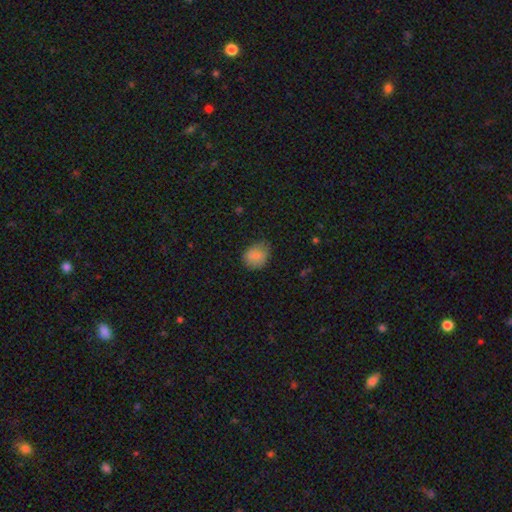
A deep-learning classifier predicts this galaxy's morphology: Smooth or featured? smooth (79%)
How rounded? round (54%)
Merging? none (63%)